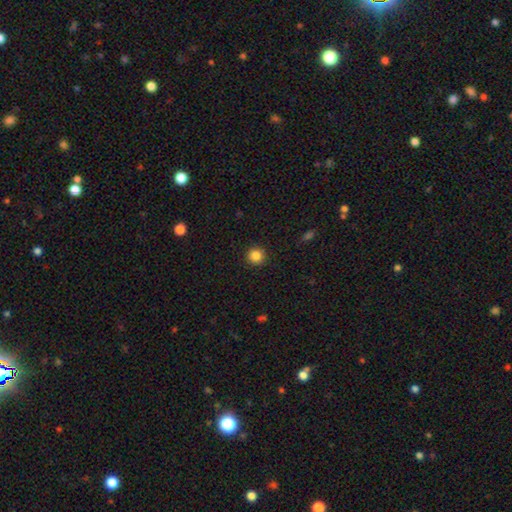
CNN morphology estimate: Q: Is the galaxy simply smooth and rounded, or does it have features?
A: smooth — 85%.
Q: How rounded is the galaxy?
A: round — 95%.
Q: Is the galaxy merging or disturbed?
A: none — 92%.